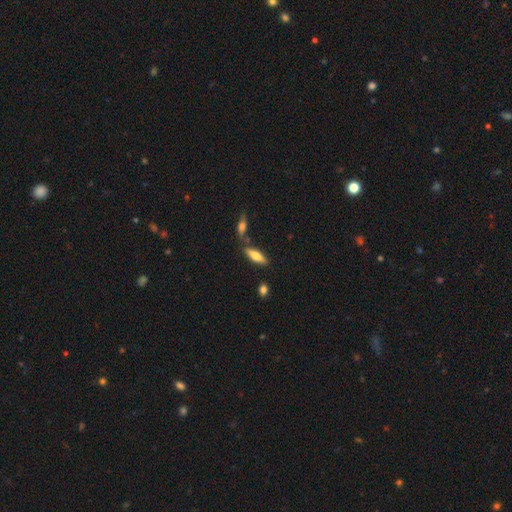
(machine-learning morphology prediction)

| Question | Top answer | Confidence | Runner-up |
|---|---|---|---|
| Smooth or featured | smooth | 63% | featured or disk (31%) |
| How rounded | cigar-shaped | 51% | in between (47%) |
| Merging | none | 73% | merger (12%) |